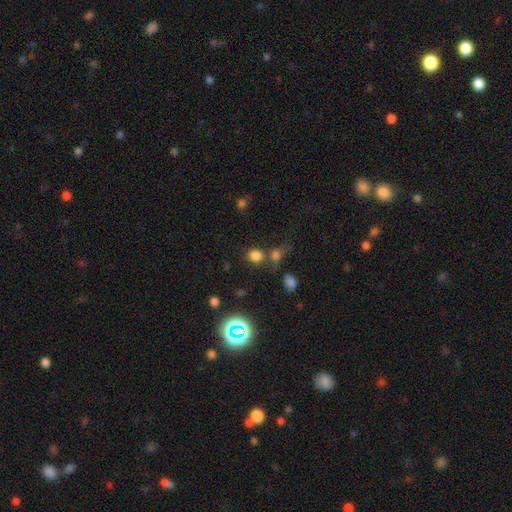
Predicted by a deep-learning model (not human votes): Smooth or featured?
  - smooth: 74% *
  - star or artifact: 20%
  - featured or disk: 6%
How rounded?
  - round: 72% *
  - in between: 27%
  - cigar-shaped: 1%
Merging?
  - none: 63% *
  - merger: 21%
  - minor disturbance: 10%
  - major disturbance: 6%